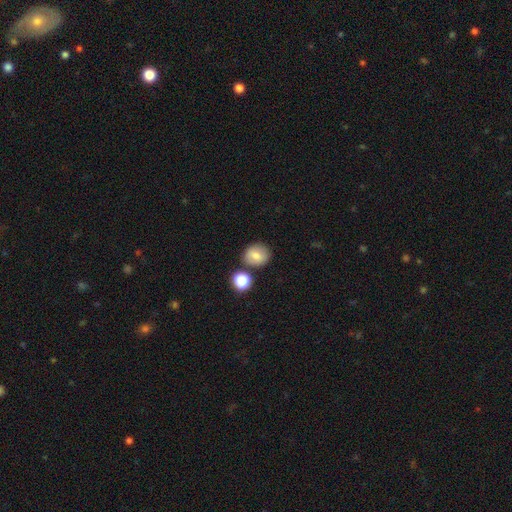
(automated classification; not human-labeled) smooth 73%, featured or disk 15%, star or artifact 11%. Down the decision tree: how rounded — round (72%); merging — none (76%).